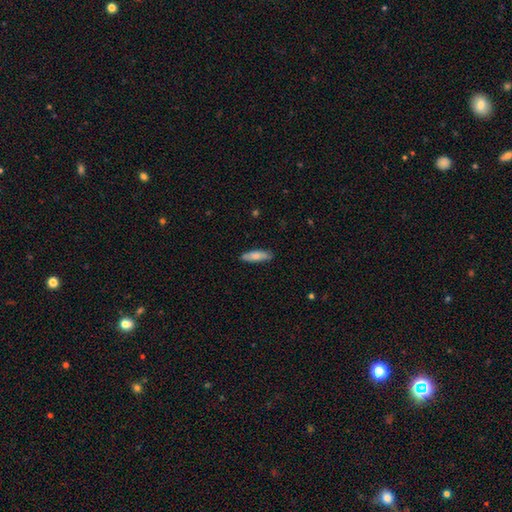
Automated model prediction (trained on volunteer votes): Smooth or featured: smooth — 78% (featured or disk — 16%)
How rounded: cigar-shaped — 59% (in between — 39%)
Merging: none — 82% (minor disturbance — 14%)